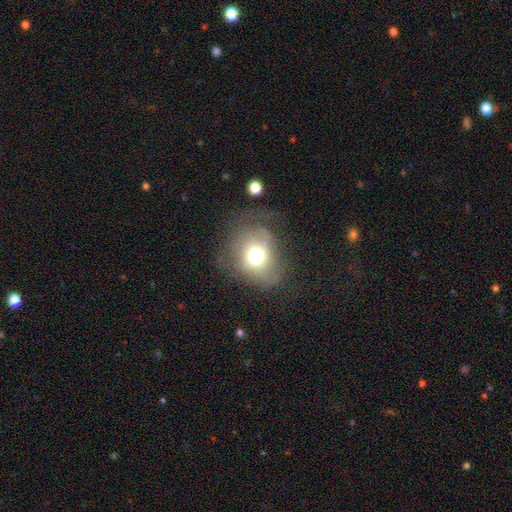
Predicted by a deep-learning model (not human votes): Morphology: type=smooth (60%); roundness=round (60%); merging=none (46%).